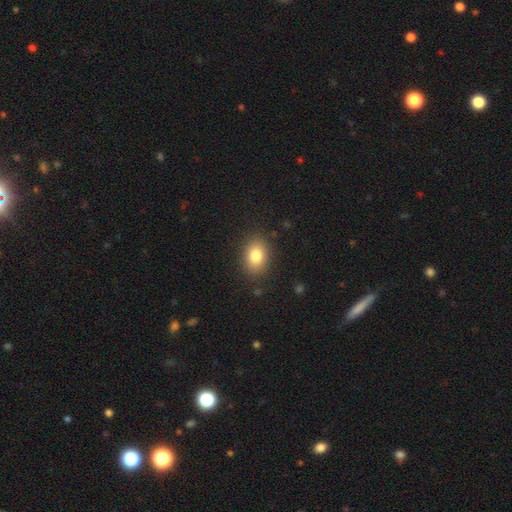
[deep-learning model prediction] This is clearly a smooth galaxy (82%). How rounded: likely in between (74%). Merging: clearly none (87%).